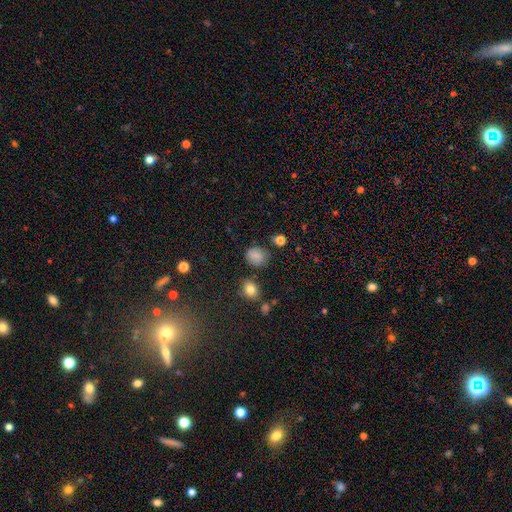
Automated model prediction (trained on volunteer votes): Smooth or featured: smooth — 83% (star or artifact — 12%)
How rounded: round — 71% (in between — 28%)
Merging: none — 77% (minor disturbance — 16%)